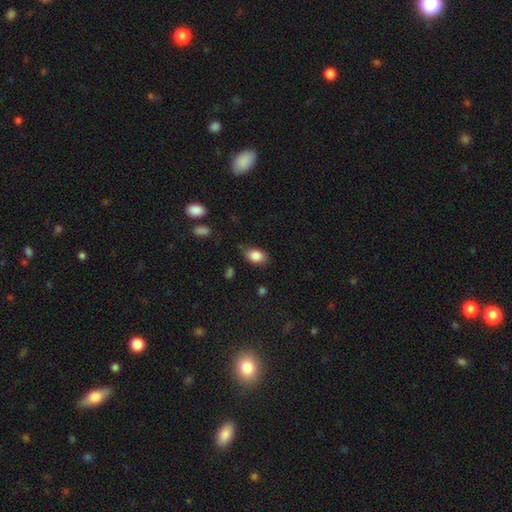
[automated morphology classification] smooth 86%, star or artifact 8%, featured or disk 6%. Down the decision tree: how rounded — in between (81%); merging — none (72%).